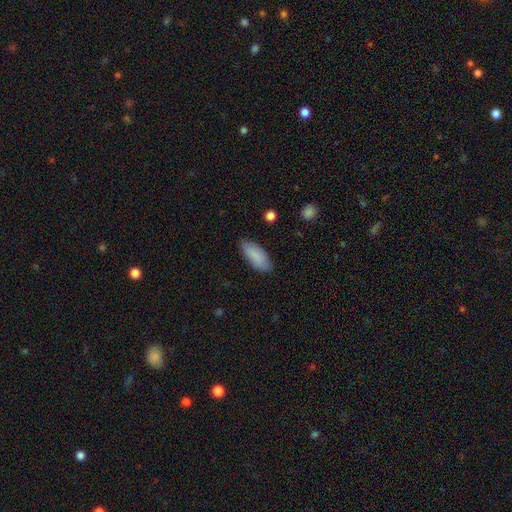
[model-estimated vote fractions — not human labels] The model was most divided on "how rounded": in between: 81%, cigar-shaped: 17%, round: 2%. More confident: smooth or featured — smooth (87%); merging — none (83%).